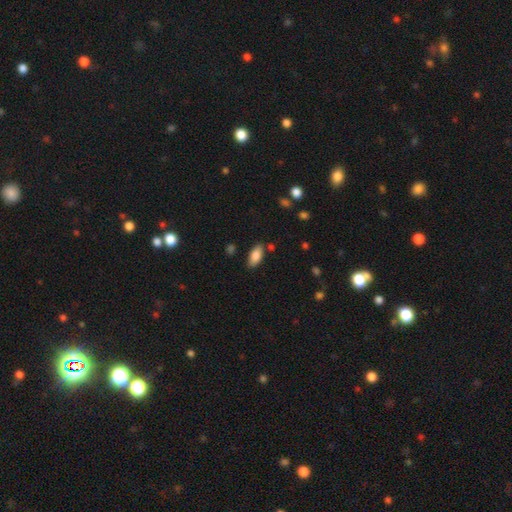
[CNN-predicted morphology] smooth 84%, featured or disk 9%, star or artifact 7%. Down the decision tree: how rounded — in between (89%); merging — none (82%).